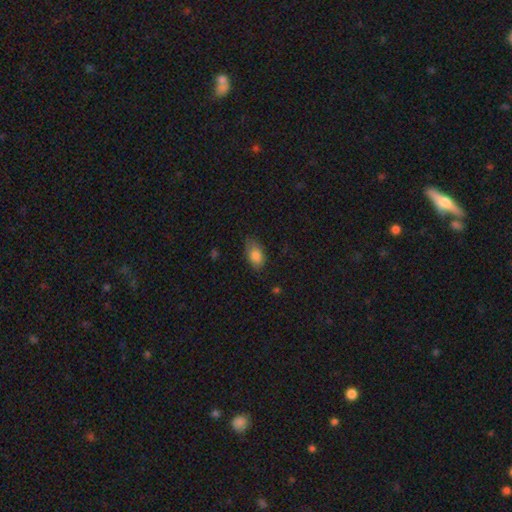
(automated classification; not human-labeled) Smooth or featured? smooth (83%)
How rounded? in between (88%)
Merging? none (67%)